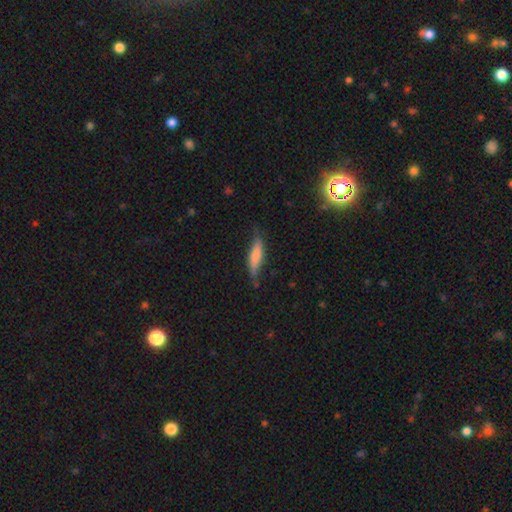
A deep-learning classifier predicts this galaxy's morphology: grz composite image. It shows a smooth galaxy with no disk features (66%) that is cigar-shaped (69%). Merging: none (56%).